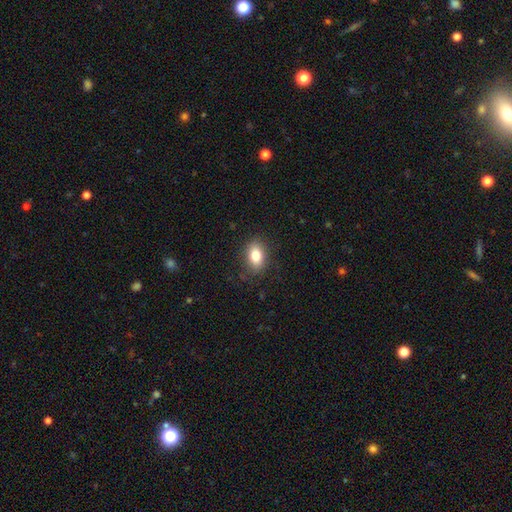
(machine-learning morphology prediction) Smooth or featured? smooth (82%)
How rounded? in between (83%)
Merging? none (85%)